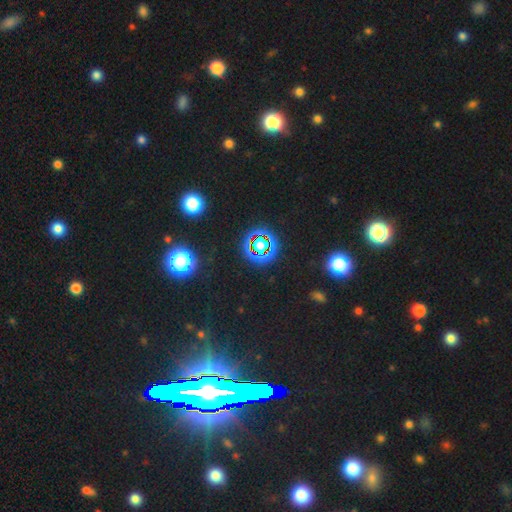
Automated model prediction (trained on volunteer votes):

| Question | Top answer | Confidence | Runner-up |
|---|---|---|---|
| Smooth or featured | star or artifact | 77% | smooth (13%) |